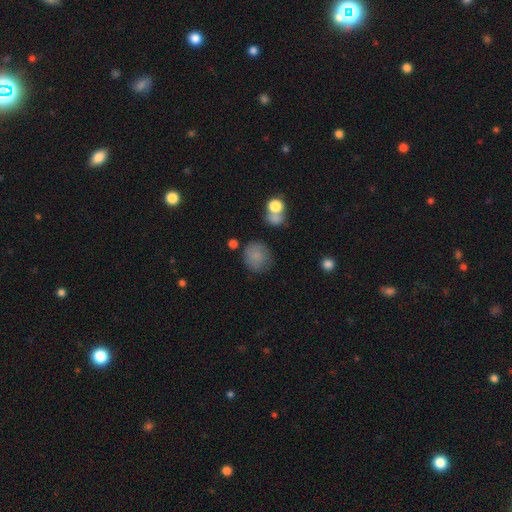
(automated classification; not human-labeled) Morphology: type=smooth (80%); roundness=round (82%); merging=none (70%).